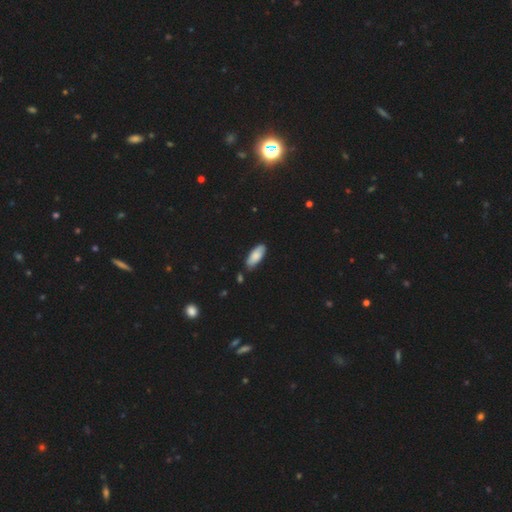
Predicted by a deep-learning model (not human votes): Morphology: type=smooth (82%); roundness=in between (81%); merging=none (78%).